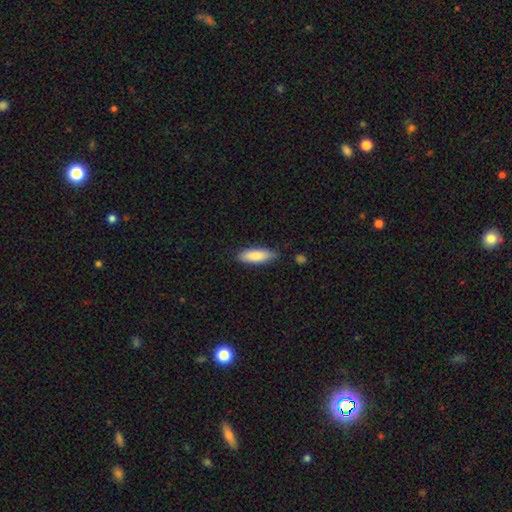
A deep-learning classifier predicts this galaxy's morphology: A smooth galaxy with no disk features (85%) that is in between round and cigar-shaped (57%).

Vote fractions:
- Smooth or featured? smooth: 85% / featured or disk: 9% / star or artifact: 6%
- How rounded? in between: 57% / cigar-shaped: 42% / round: 2%
- Merging? none: 83% / minor disturbance: 13% / major disturbance: 2% / merger: 2%